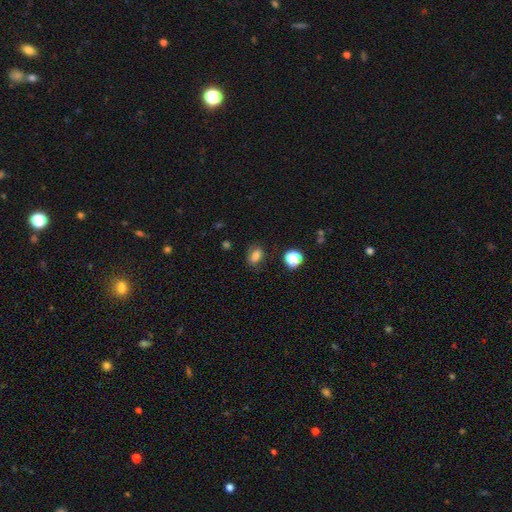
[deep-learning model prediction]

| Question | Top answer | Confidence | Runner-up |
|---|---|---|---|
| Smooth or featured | smooth | 75% | star or artifact (15%) |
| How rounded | in between | 71% | round (26%) |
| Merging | none | 76% | minor disturbance (16%) |